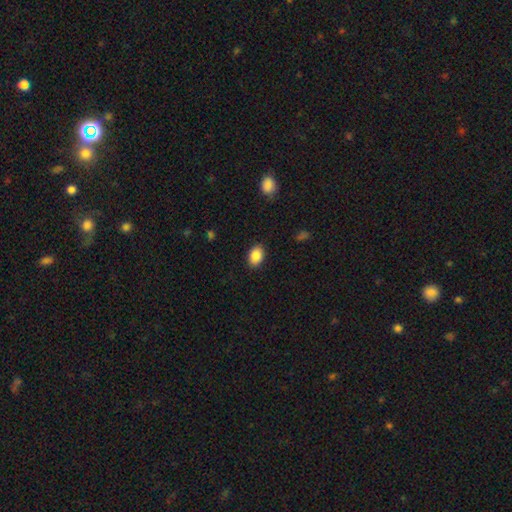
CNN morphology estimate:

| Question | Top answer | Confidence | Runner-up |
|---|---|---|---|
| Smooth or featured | smooth | 88% | star or artifact (8%) |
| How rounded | in between | 79% | round (20%) |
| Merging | none | 88% | minor disturbance (9%) |